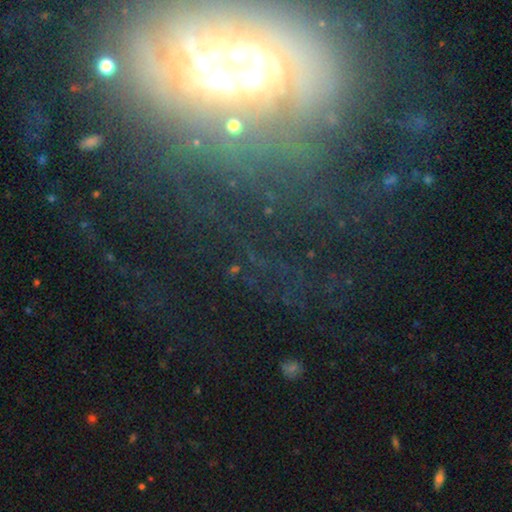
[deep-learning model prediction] Smooth or featured?
  - star or artifact: 43% *
  - featured or disk: 41%
  - smooth: 16%